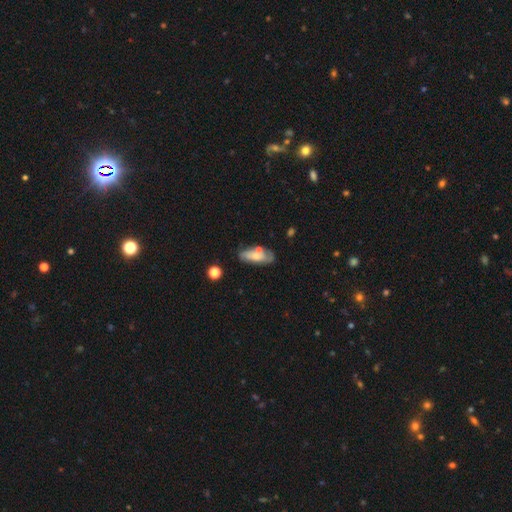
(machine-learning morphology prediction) smooth-or-featured: smooth: 53% | featured or disk: 40% | star or artifact: 7%
  how-rounded: in between: 74% | cigar-shaped: 23% | round: 3%
  merging: none: 57% | minor disturbance: 23% | merger: 13% | major disturbance: 7%